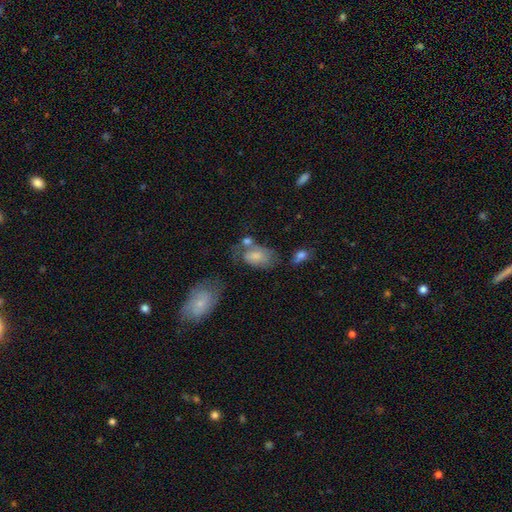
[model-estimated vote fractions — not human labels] Morphology: type=smooth (68%); roundness=in between (90%); merging=none (33%).